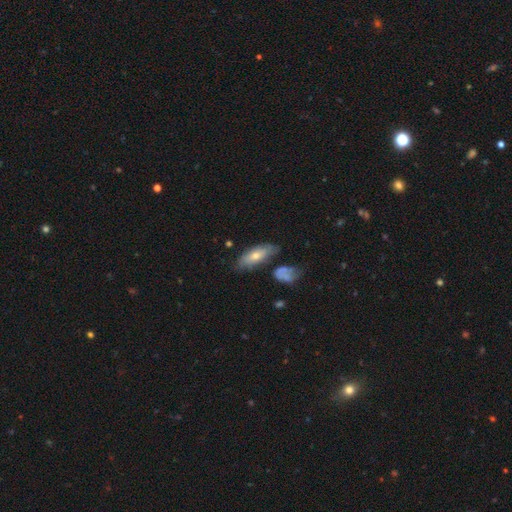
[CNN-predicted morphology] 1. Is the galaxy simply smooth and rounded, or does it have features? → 51% smooth, 41% featured or disk, 8% star or artifact.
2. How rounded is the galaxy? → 71% in between, 25% cigar-shaped, 4% round.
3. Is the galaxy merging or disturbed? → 63% none, 22% minor disturbance, 9% merger, 7% major disturbance.